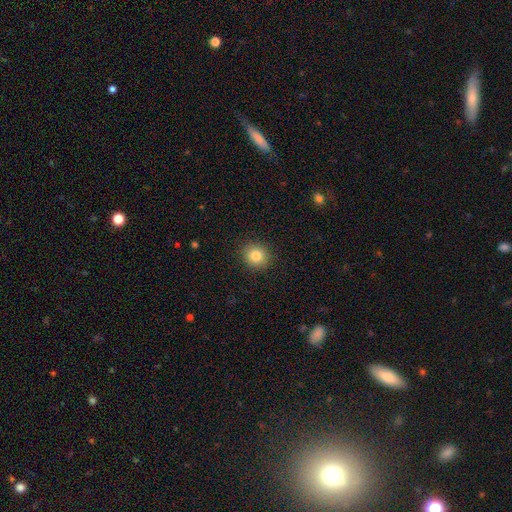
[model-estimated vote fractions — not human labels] smooth_or_featured: smooth (p=0.82) [alt: star or artifact p=0.11]
how_rounded: round (p=0.84) [alt: in between p=0.15]
merging: none (p=0.91) [alt: minor disturbance p=0.06]